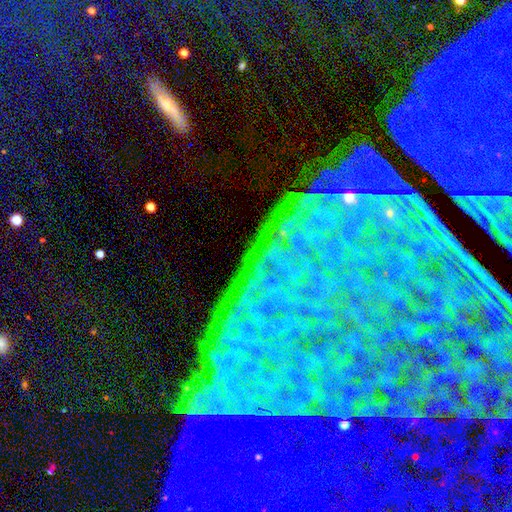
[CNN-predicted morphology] type=star or artifact (79%).